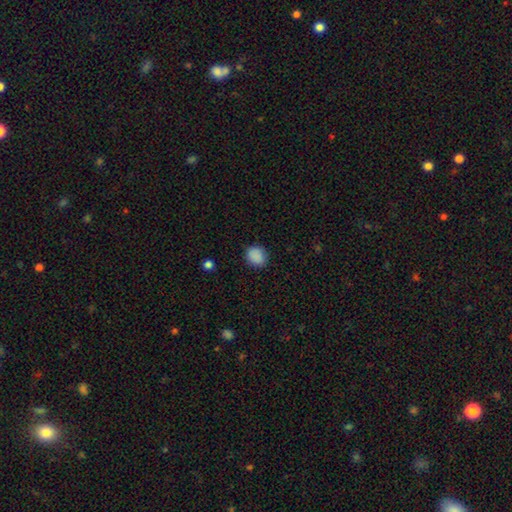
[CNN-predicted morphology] smooth 89%, star or artifact 9%, featured or disk 3%. Down the decision tree: how rounded — round (66%); merging — none (87%).